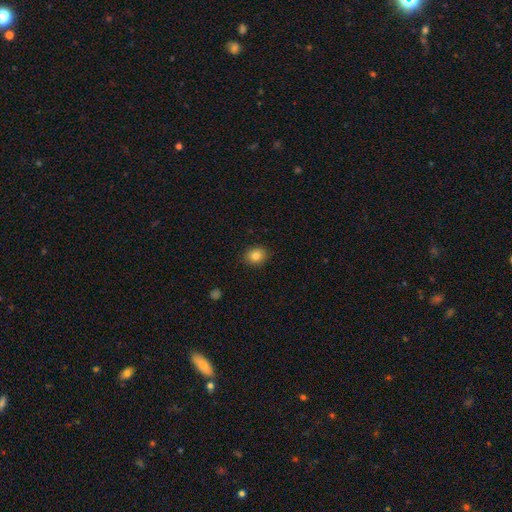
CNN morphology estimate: smooth-or-featured: smooth: 83% | star or artifact: 10% | featured or disk: 7%
  how-rounded: round: 67% | in between: 32% | cigar-shaped: 1%
  merging: none: 89% | minor disturbance: 8% | major disturbance: 2% | merger: 1%